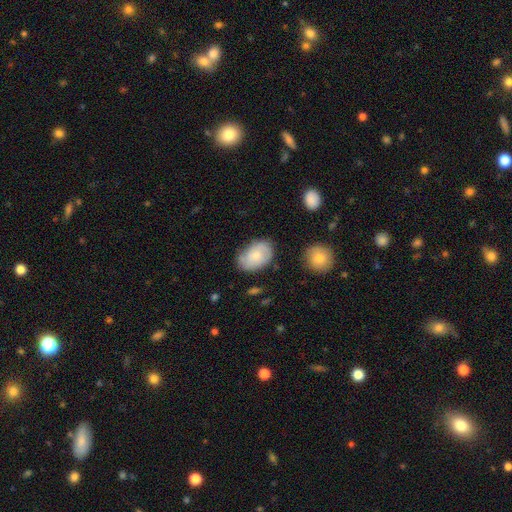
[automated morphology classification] type=smooth (67%); roundness=in between (82%); merging=none (63%).